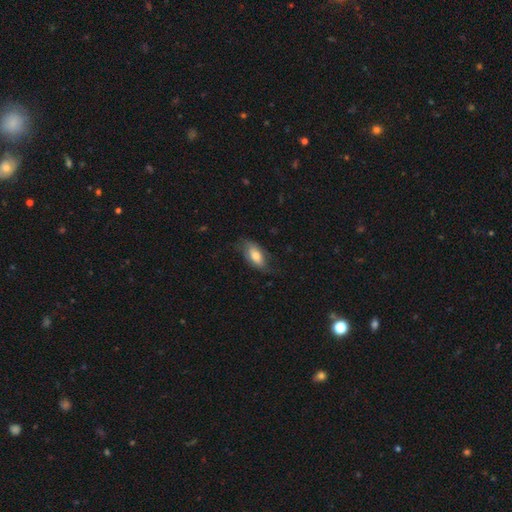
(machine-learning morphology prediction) smooth-or-featured: smooth: 61% | featured or disk: 33% | star or artifact: 7%
  how-rounded: in between: 87% | cigar-shaped: 9% | round: 4%
  merging: none: 61% | minor disturbance: 26% | major disturbance: 12% | merger: 1%